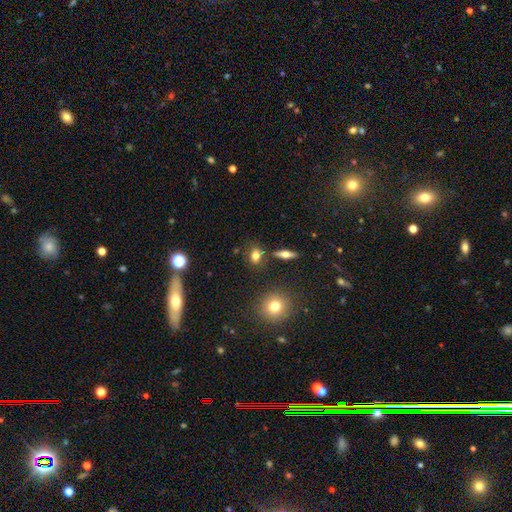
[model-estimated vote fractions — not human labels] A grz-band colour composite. It shows a smooth galaxy with no disk features (73%) that is in between round and cigar-shaped (53%). Merging: none (73%).